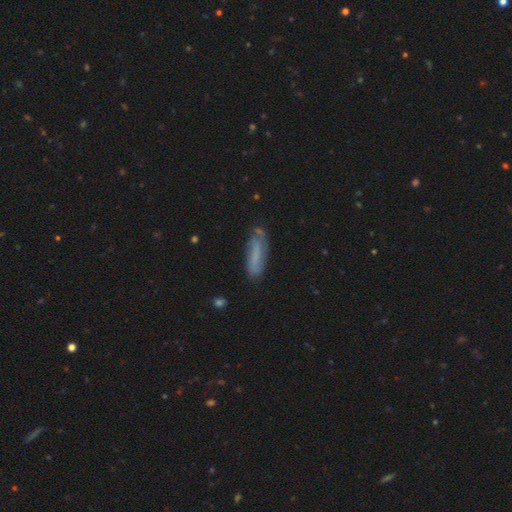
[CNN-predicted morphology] Overall: smooth (63%; featured or disk 29%). How rounded: cigar-shaped (60%; in between 38%). Merging: none (65%).